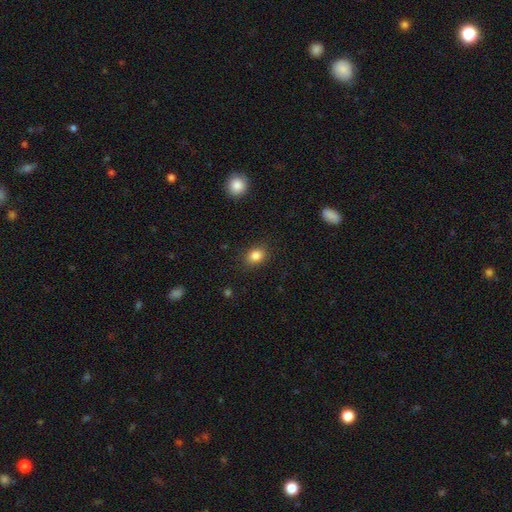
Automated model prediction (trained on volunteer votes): smooth 85%, star or artifact 10%, featured or disk 5%. Down the decision tree: how rounded — in between (56%); merging — none (86%).